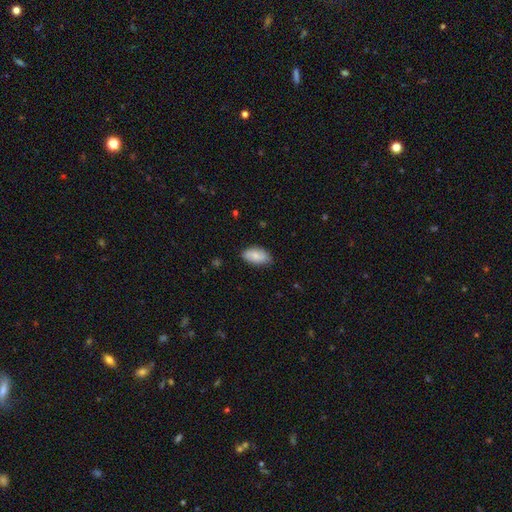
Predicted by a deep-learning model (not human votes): smooth-or-featured: smooth: 72% | featured or disk: 21% | star or artifact: 7%
  how-rounded: in between: 93% | round: 5% | cigar-shaped: 3%
  merging: none: 76% | minor disturbance: 20% | major disturbance: 3% | merger: 1%